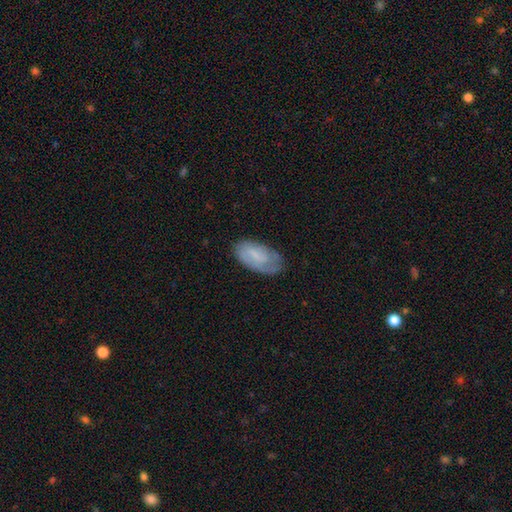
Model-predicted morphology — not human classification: Smooth or featured? Predicted: smooth (p=0.50). How rounded? Predicted: in between (p=0.92). Merging? Predicted: none (p=0.63).